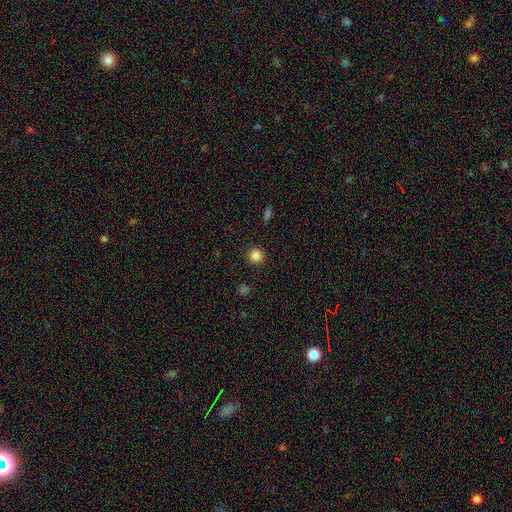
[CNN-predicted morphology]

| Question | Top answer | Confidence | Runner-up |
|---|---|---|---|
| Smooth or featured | smooth | 84% | star or artifact (12%) |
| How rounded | round | 95% | in between (4%) |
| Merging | none | 93% | minor disturbance (5%) |